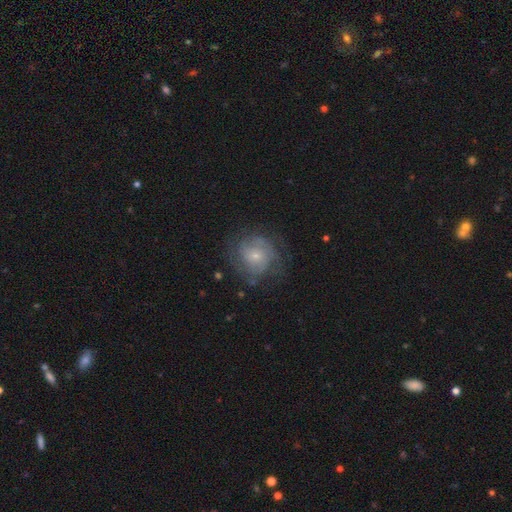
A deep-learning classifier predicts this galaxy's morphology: A featured or disk galaxy (62%) with no bar (75%), spiral arms (82%) and a small central bulge (67%).

Vote fractions:
- Smooth or featured? featured or disk: 62% / smooth: 30% / star or artifact: 8%
- Edge-on disk? no: 98% / yes: 2%
- Bar? no: 75% / weak: 21% / strong: 3%
- Spiral arms? yes: 82% / no: 18%
- Bulge size? small: 67% / moderate: 26% / none: 3% / large: 2% / dominant: 1%
- Merging? none: 67% / minor disturbance: 19% / major disturbance: 12% / merger: 2%